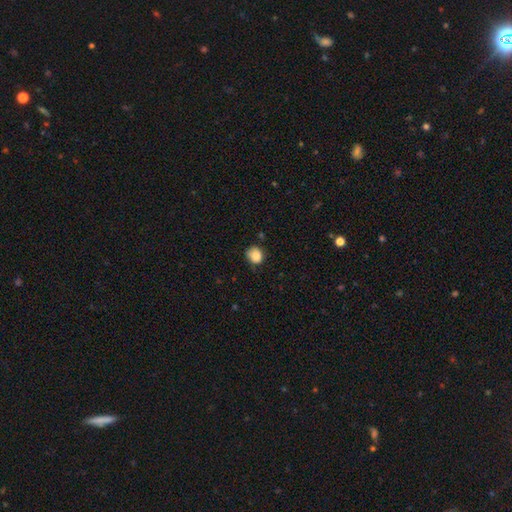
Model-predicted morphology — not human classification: Overall: smooth (87%). How rounded: round (69%; in between 30%). Merging: none (65%; minor disturbance 28%).